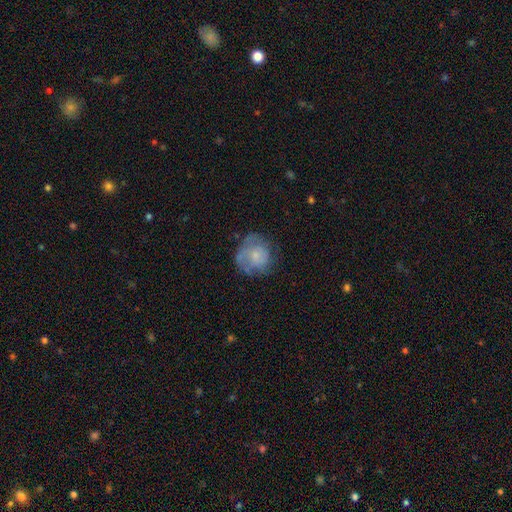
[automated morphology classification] type=smooth (47%); merging=none (58%).